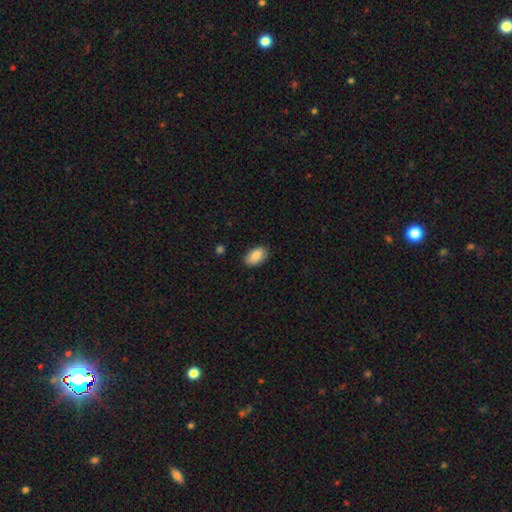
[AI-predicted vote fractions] Q: Smooth or featured?
A: smooth (88%); runner-up: star or artifact (6%)
Q: How rounded?
A: in between (94%); runner-up: round (5%)
Q: Merging?
A: none (86%); runner-up: minor disturbance (11%)